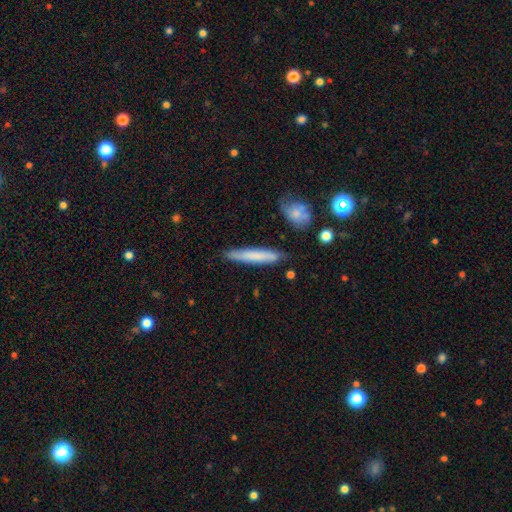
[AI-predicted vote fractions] Overall: smooth (70%). How rounded: cigar-shaped (94%). Merging: none (86%).